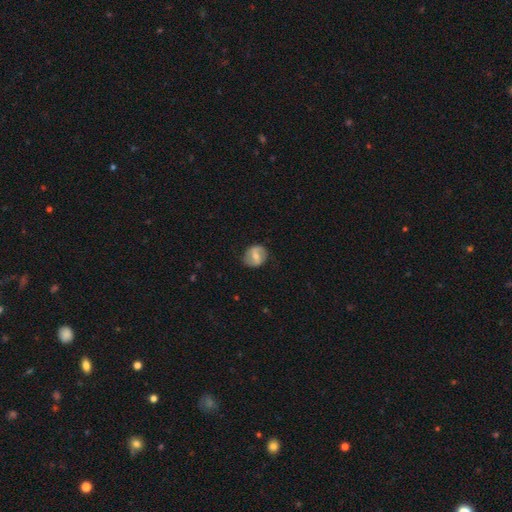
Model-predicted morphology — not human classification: Overall: featured or disk (58%; smooth 36%). Edge-on disk: no (96%). Bar: weak (45%; strong 38%). Spiral arms: yes (70%). Bulge size: moderate (59%; small 33%). Merging: none (82%).